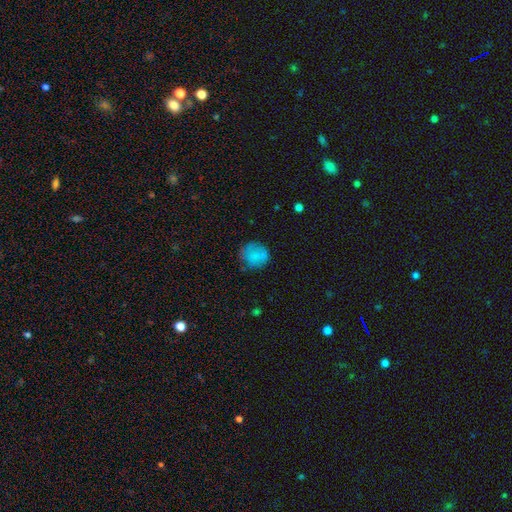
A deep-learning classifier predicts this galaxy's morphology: The model was most divided on "merging": none: 67%, minor disturbance: 21%, major disturbance: 10%, merger: 2%. More confident: how rounded — round (75%); smooth or featured — smooth (68%).